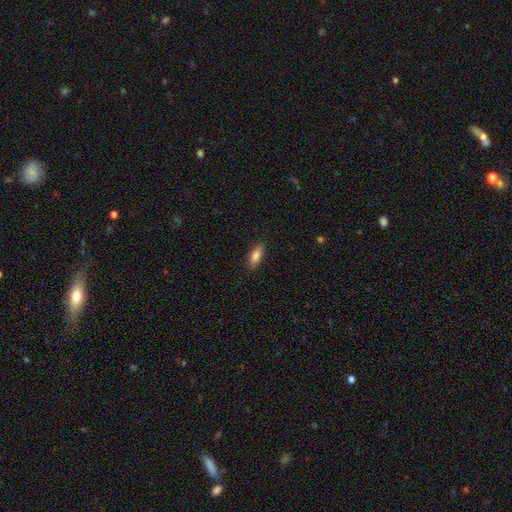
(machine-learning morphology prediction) This is clearly a smooth galaxy (83%). How rounded: likely in between (74%). Merging: clearly none (87%).